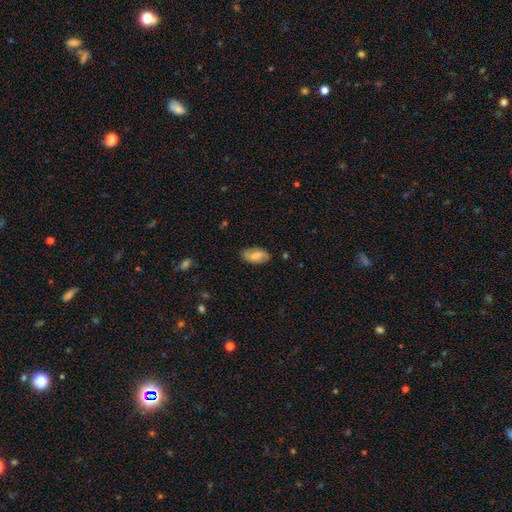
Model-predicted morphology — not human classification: smooth_or_featured: smooth (p=0.63) [alt: featured or disk p=0.30]
how_rounded: in between (p=0.92) [alt: cigar-shaped p=0.05]
merging: none (p=0.78) [alt: minor disturbance p=0.17]